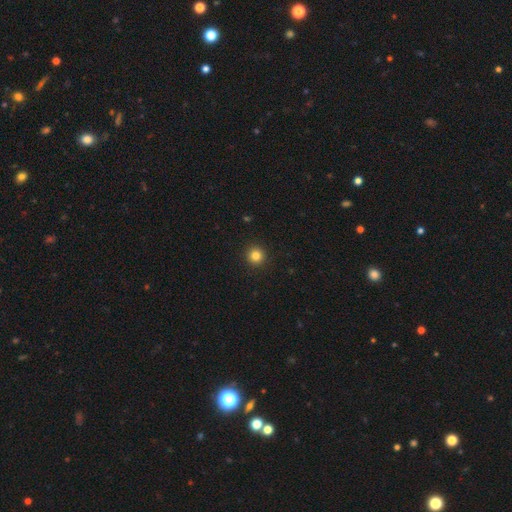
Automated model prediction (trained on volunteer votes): A smooth galaxy with no disk features (83%) that is round (95%). Merging: none (93%).